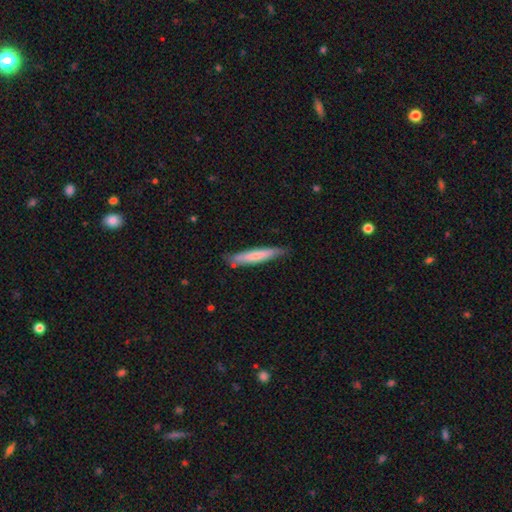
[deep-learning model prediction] smooth 69%, featured or disk 26%, star or artifact 5%. Down the decision tree: how rounded — cigar-shaped (92%); merging — none (79%).